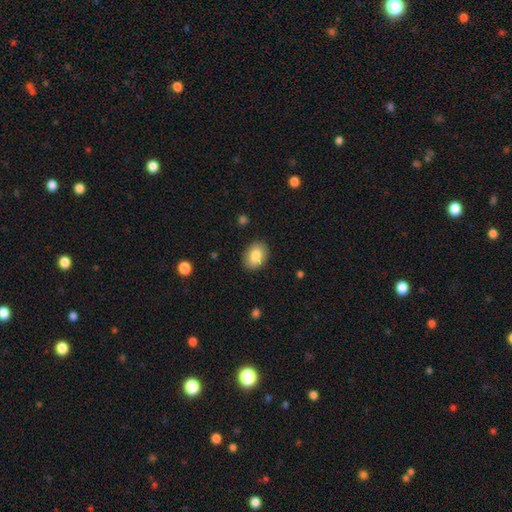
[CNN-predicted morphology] Smooth or featured?
  - smooth: 83% *
  - featured or disk: 10%
  - star or artifact: 7%
How rounded?
  - in between: 71% *
  - round: 28%
  - cigar-shaped: 1%
Merging?
  - none: 87% *
  - minor disturbance: 9%
  - major disturbance: 2%
  - merger: 1%